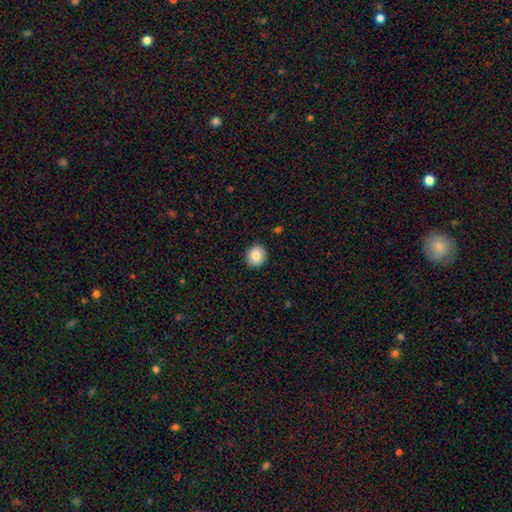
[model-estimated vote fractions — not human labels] A smooth galaxy with no disk features (84%) that is round (84%).

Vote fractions:
- Smooth or featured? smooth: 84% / star or artifact: 8% / featured or disk: 8%
- How rounded? round: 84% / in between: 15% / cigar-shaped: 1%
- Merging? none: 90% / minor disturbance: 7% / major disturbance: 2% / merger: 1%